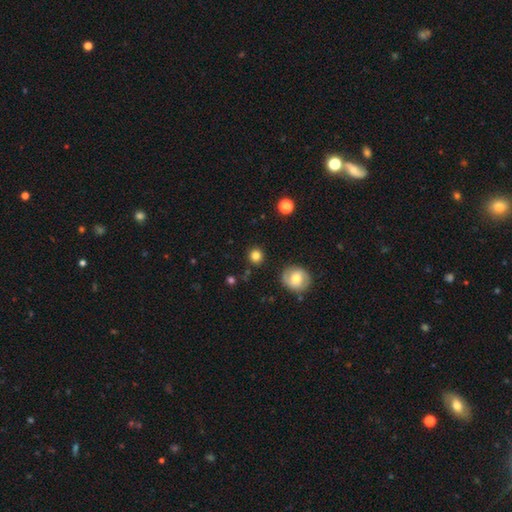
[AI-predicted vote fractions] A smooth galaxy with no disk features (82%) that is round (92%). Merging: none (88%).